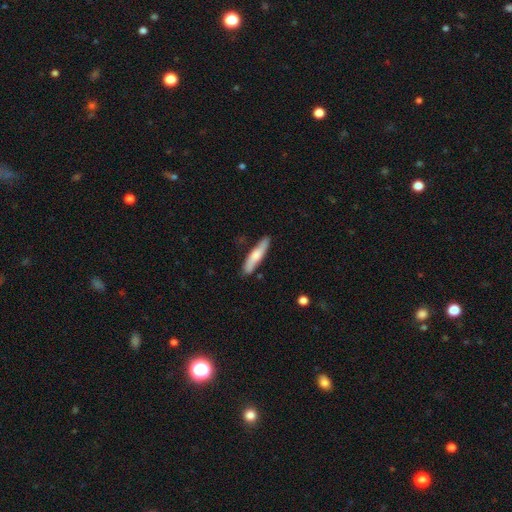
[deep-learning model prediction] smooth 69%, featured or disk 26%, star or artifact 5%. Down the decision tree: how rounded — cigar-shaped (84%); merging — none (82%).